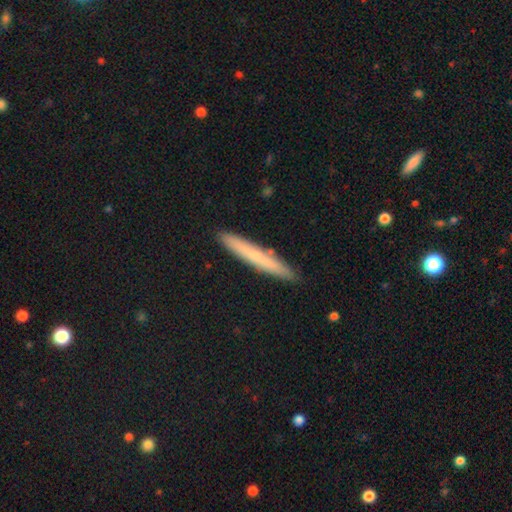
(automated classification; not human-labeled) smooth 59%, featured or disk 32%, star or artifact 8%. Down the decision tree: how rounded — cigar-shaped (96%); merging — none (90%).